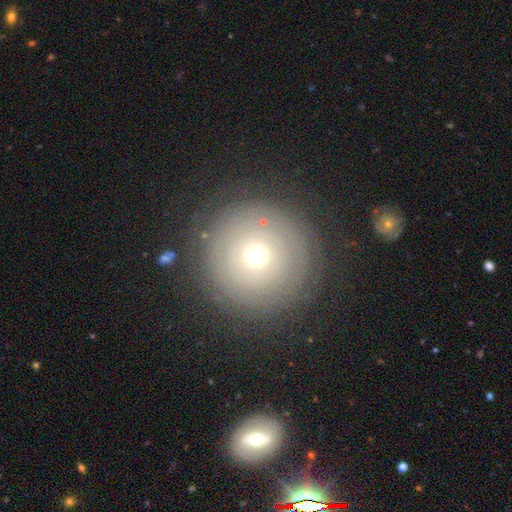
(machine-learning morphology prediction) A smooth galaxy with no disk features (56%) that is round (96%). Merging: none (85%).